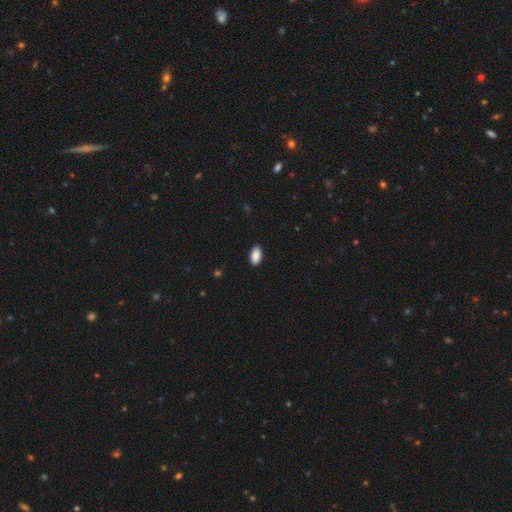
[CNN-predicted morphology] Overall: smooth (90%). How rounded: in between (94%). Merging: none (89%).